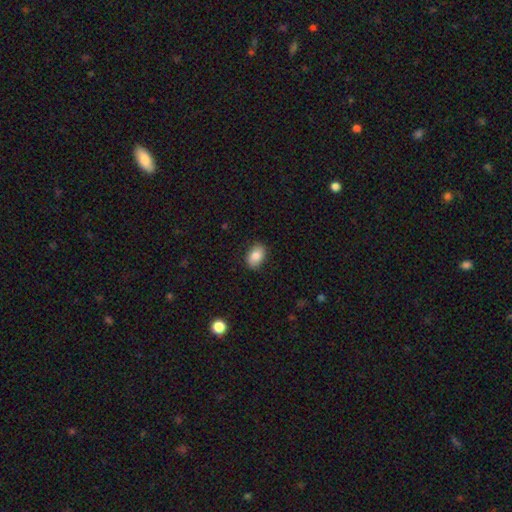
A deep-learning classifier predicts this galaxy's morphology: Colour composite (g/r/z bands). It shows a smooth galaxy with no disk features (83%) that is in between round and cigar-shaped (85%). Merging: none (84%).